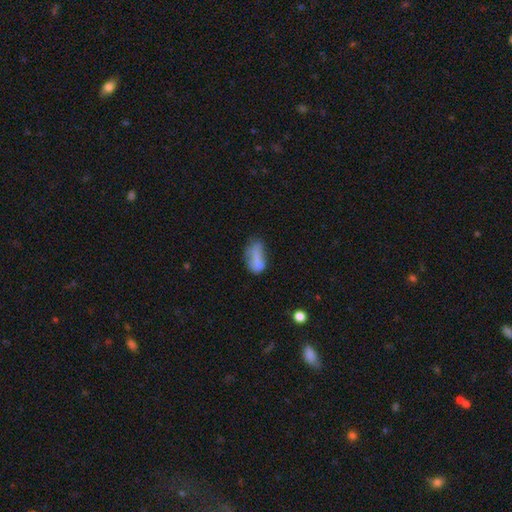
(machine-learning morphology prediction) Smooth or featured? Predicted: smooth (p=0.69). How rounded? Predicted: in between (p=0.84). Merging? Predicted: none (p=0.33).